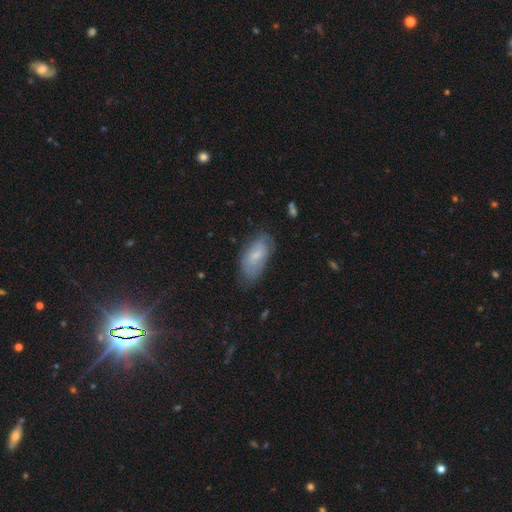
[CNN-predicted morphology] The model was most divided on "smooth or featured": smooth: 63%, featured or disk: 29%, star or artifact: 8%. More confident: how rounded — in between (89%); merging — none (65%).